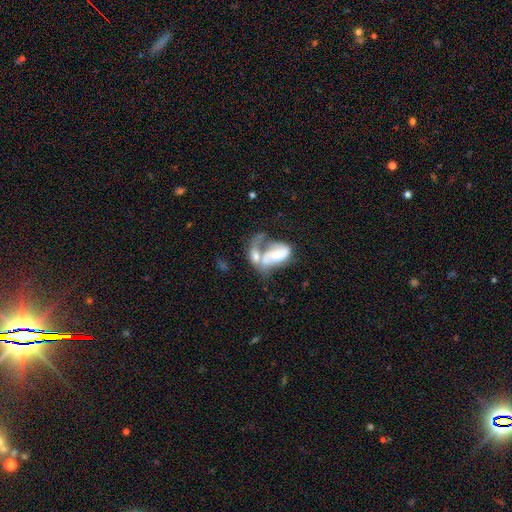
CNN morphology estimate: smooth_or_featured: featured or disk (p=0.48) [alt: smooth p=0.44]
merging: merger (p=0.62) [alt: major disturbance p=0.22]